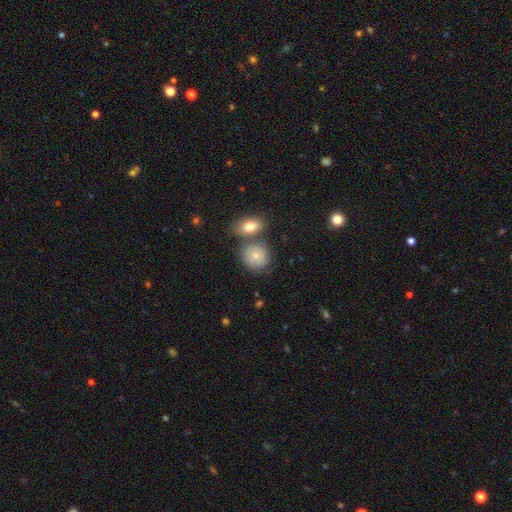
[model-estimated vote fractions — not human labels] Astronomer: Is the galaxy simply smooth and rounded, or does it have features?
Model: smooth — 76%.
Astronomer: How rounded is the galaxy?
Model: round — 71%.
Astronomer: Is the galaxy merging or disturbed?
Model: none — 61%.